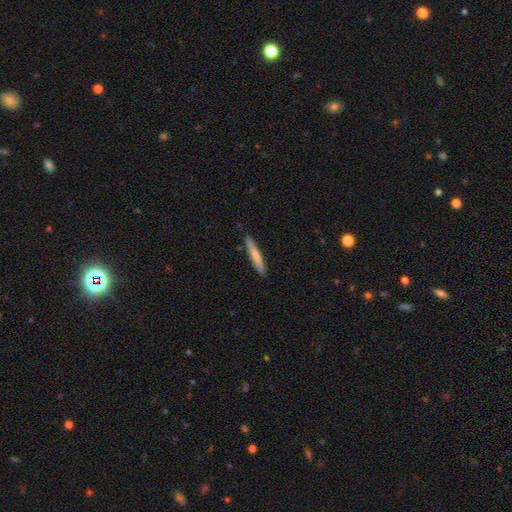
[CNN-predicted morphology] smooth-or-featured: smooth: 70% | featured or disk: 25% | star or artifact: 5%
  how-rounded: cigar-shaped: 93% | in between: 5% | round: 1%
  merging: none: 83% | minor disturbance: 14% | major disturbance: 2% | merger: 2%